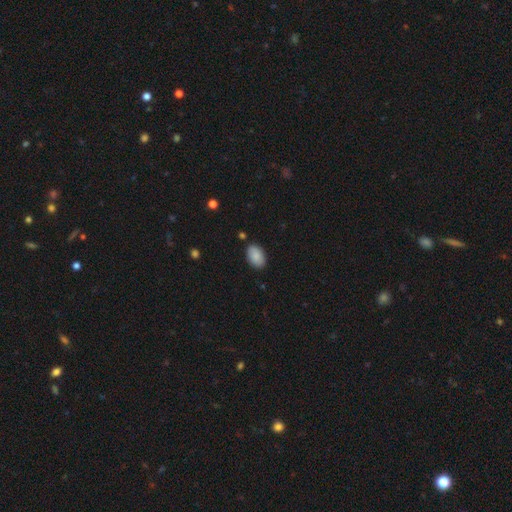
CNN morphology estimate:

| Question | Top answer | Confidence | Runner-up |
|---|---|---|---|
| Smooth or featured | smooth | 88% | star or artifact (7%) |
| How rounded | in between | 92% | round (7%) |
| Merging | none | 87% | minor disturbance (9%) |